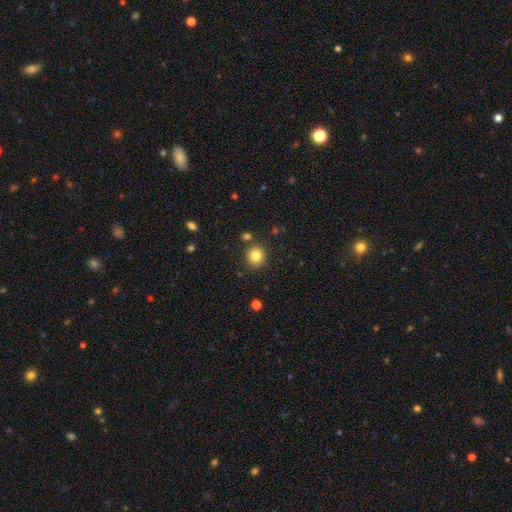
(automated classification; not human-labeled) A smooth galaxy with no disk features (82%) that is round (86%). Merging: none (84%).